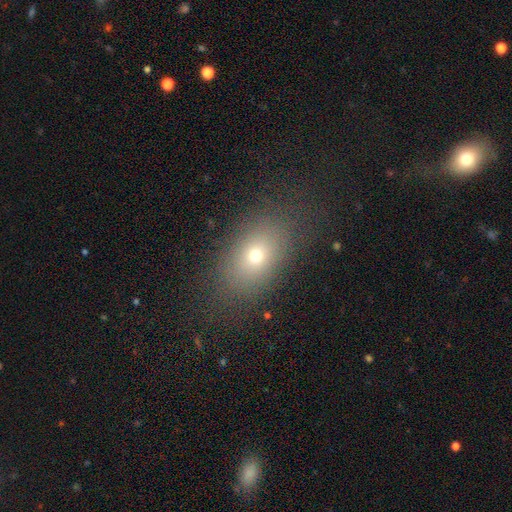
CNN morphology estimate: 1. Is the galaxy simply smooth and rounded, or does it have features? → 67% smooth, 17% featured or disk, 16% star or artifact.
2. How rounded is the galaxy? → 77% in between, 21% round, 2% cigar-shaped.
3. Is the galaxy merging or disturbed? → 80% none, 11% minor disturbance, 8% major disturbance, 1% merger.